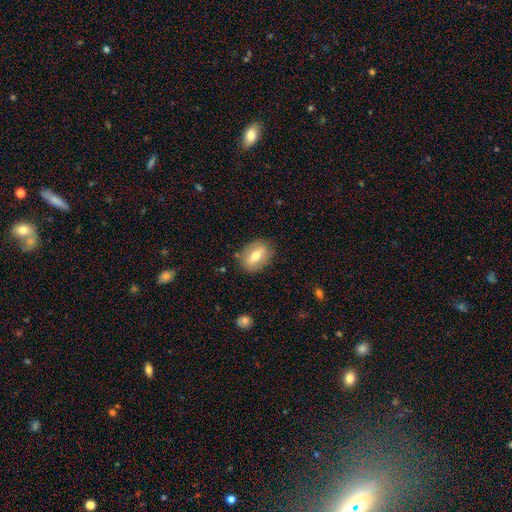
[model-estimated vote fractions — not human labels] Smooth or featured? Predicted: smooth (p=0.57). How rounded? Predicted: in between (p=0.71). Merging? Predicted: none (p=0.83).